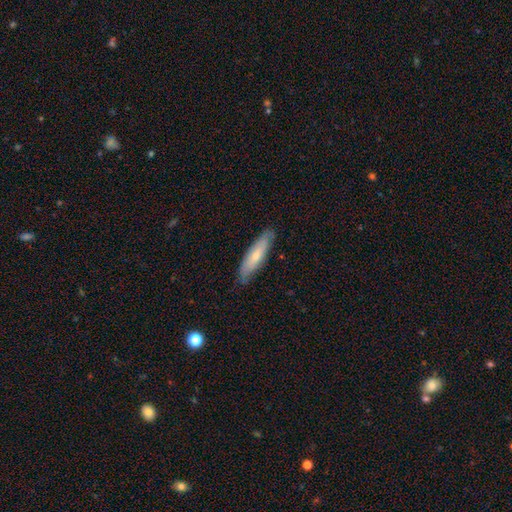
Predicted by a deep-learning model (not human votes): A smooth galaxy with no disk features (59%) that is cigar-shaped (70%).

Vote fractions:
- Smooth or featured? smooth: 59% / featured or disk: 35% / star or artifact: 6%
- How rounded? cigar-shaped: 70% / in between: 28% / round: 2%
- Merging? none: 83% / minor disturbance: 14% / major disturbance: 2% / merger: 1%